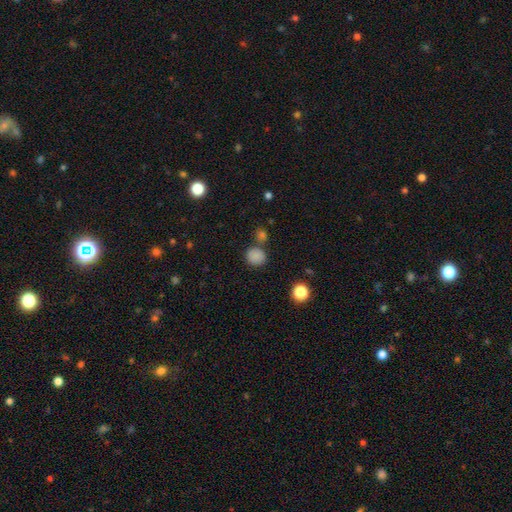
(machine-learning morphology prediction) smooth_or_featured: smooth (p=0.84) [alt: star or artifact p=0.11]
how_rounded: round (p=0.86) [alt: in between p=0.13]
merging: none (p=0.72) [alt: merger p=0.15]